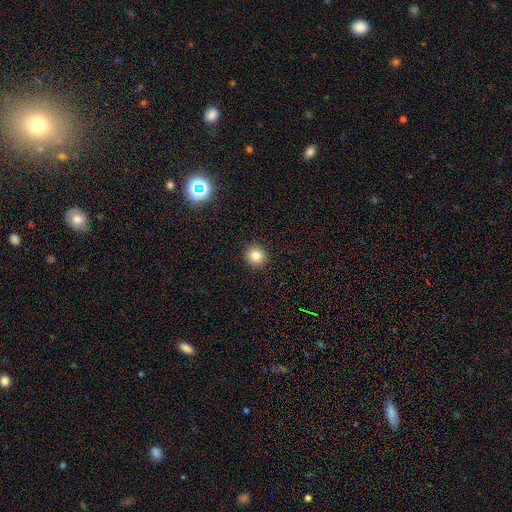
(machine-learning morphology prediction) smooth_or_featured: smooth (p=0.82) [alt: star or artifact p=0.12]
how_rounded: round (p=0.91) [alt: in between p=0.08]
merging: none (p=0.91) [alt: minor disturbance p=0.06]